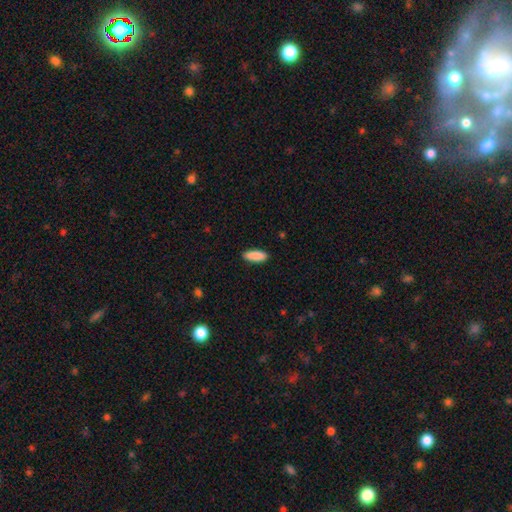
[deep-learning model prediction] This appears to be a smooth galaxy with no disk features (90%) that is in between round and cigar-shaped (65%). Merging: none (89%).